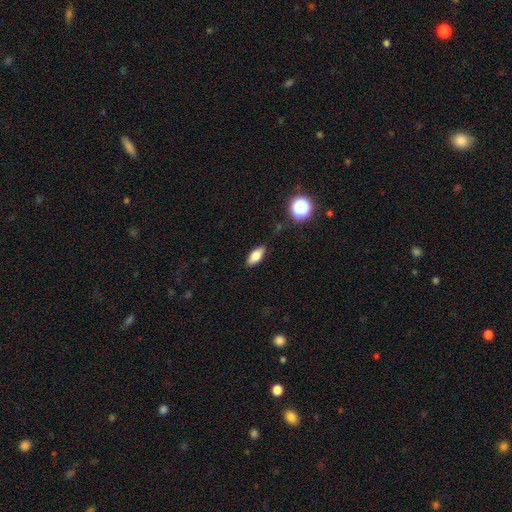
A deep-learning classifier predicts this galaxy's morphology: smooth_or_featured: smooth (p=0.75) [alt: featured or disk p=0.16]
how_rounded: in between (p=0.82) [alt: cigar-shaped p=0.14]
merging: none (p=0.85) [alt: minor disturbance p=0.11]